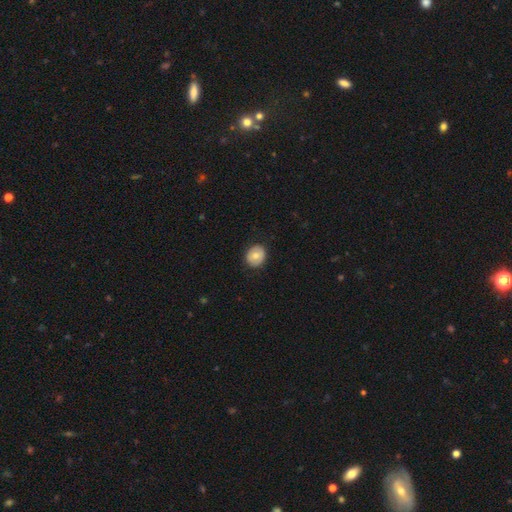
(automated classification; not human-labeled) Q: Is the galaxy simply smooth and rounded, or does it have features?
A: smooth — 72%.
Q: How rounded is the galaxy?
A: round — 66%.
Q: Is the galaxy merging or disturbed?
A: none — 86%.